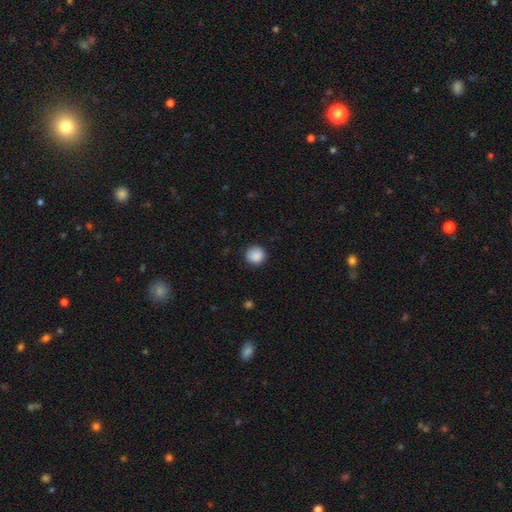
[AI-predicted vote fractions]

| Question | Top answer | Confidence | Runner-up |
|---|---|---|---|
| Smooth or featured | smooth | 88% | star or artifact (9%) |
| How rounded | round | 92% | in between (7%) |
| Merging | none | 88% | minor disturbance (9%) |